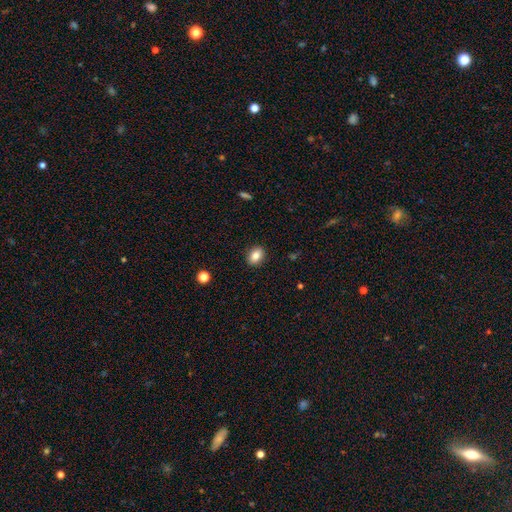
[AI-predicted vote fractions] Overall: smooth (84%). How rounded: in between (69%; round 30%). Merging: none (90%).